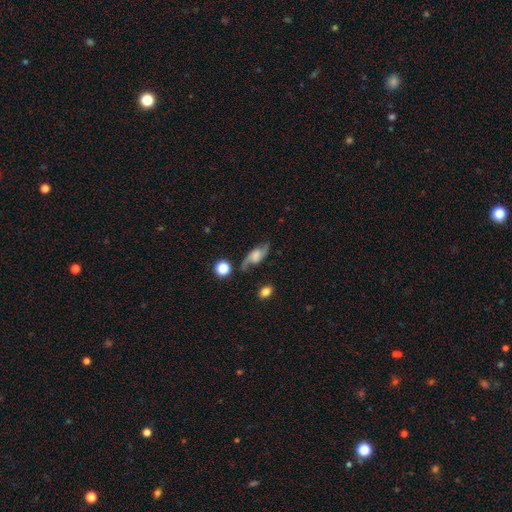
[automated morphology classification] smooth-or-featured: featured or disk: 71% | smooth: 20% | star or artifact: 9%
  disk-edge-on: no: 90% | yes: 10%
    bar: no: 56% | weak: 35% | strong: 9%
    has-spiral-arms: yes: 94% | no: 6%
      spiral-winding: loose: 68% | medium: 25% | tight: 7%
      spiral-arm-count: 2: 92% | can't tell: 3% | 1: 3% | 3: 1% | 4: 1% | more than 4: 1%
    bulge-size: none: 34% | large: 22% | moderate: 19% | small: 19% | dominant: 6%
  merging: none: 73% | minor disturbance: 17% | major disturbance: 7% | merger: 3%